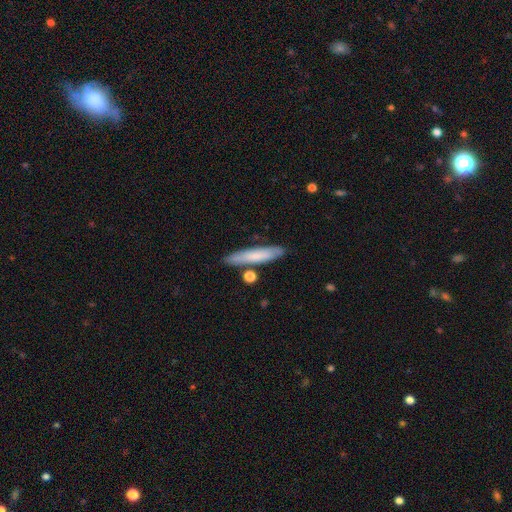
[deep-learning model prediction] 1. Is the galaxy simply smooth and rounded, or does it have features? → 68% smooth, 26% featured or disk, 6% star or artifact.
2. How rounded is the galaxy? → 89% cigar-shaped, 10% in between, 2% round.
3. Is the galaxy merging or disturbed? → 80% none, 12% minor disturbance, 5% merger, 3% major disturbance.